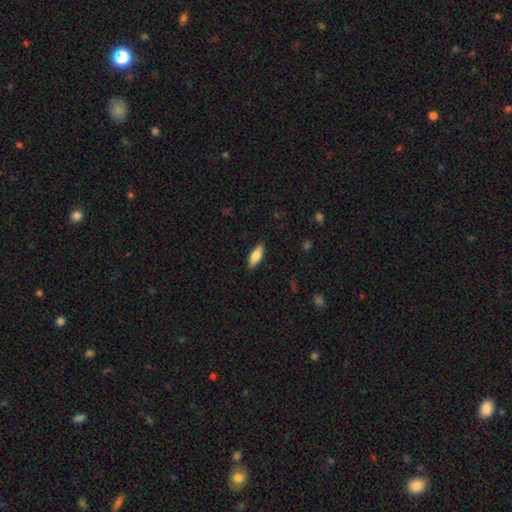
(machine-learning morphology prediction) Smooth or featured? smooth (79%)
How rounded? in between (66%)
Merging? none (87%)